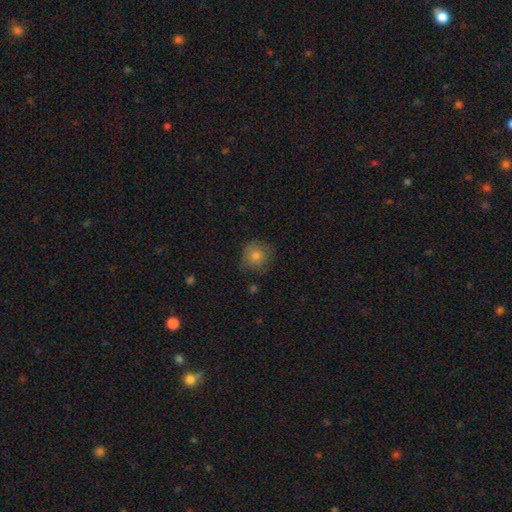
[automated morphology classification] type=smooth (75%); roundness=round (88%); merging=none (70%).